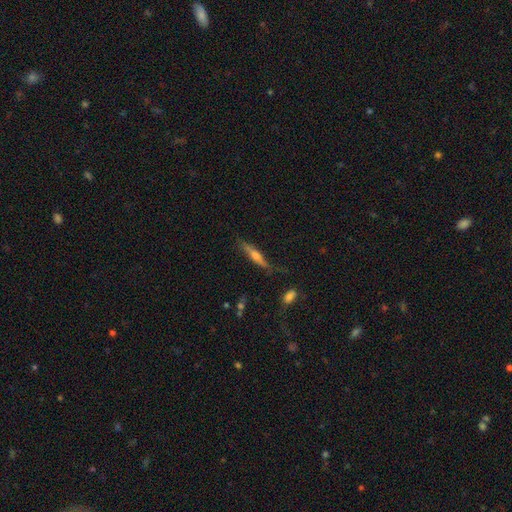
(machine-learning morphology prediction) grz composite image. It shows a featured or disk galaxy (60%) viewed edge-on (92%) with a rounded central bulge (82%). Merging: none (74%).